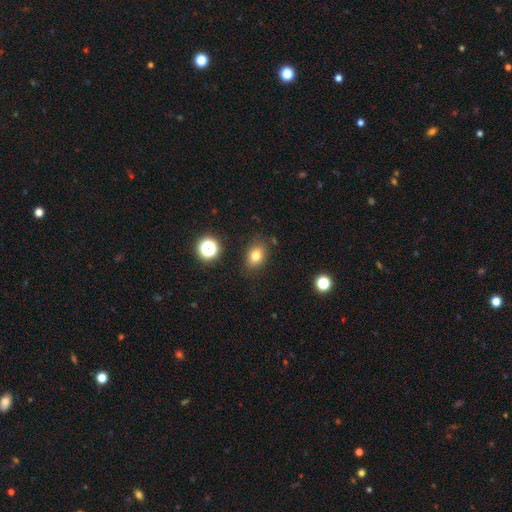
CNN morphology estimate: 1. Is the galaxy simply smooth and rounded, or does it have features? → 78% smooth, 13% star or artifact, 9% featured or disk.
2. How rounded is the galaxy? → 67% in between, 31% round, 1% cigar-shaped.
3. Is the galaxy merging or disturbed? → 83% none, 12% minor disturbance, 3% major disturbance, 2% merger.